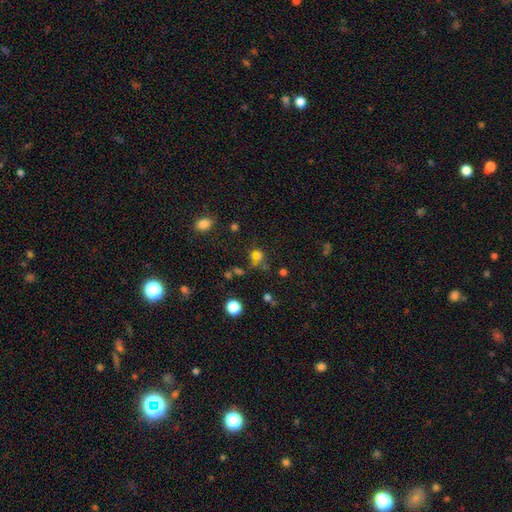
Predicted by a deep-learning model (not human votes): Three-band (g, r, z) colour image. It shows a smooth galaxy with no disk features (55%) that is round (64%). Merging: none (45%).